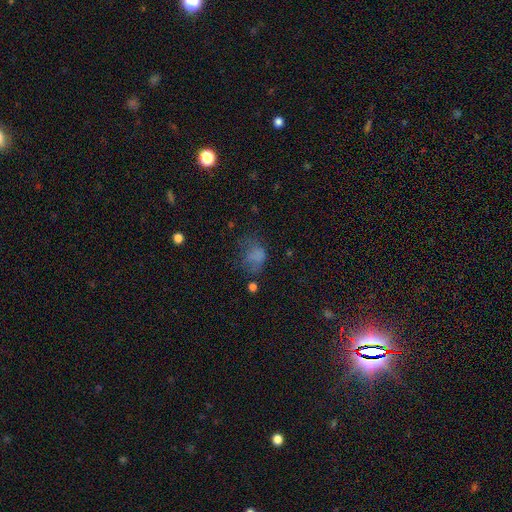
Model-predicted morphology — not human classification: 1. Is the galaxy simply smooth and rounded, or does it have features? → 65% smooth, 18% star or artifact, 17% featured or disk.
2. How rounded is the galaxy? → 63% in between, 35% round, 1% cigar-shaped.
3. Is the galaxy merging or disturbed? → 38% none, 32% major disturbance, 26% minor disturbance, 4% merger.